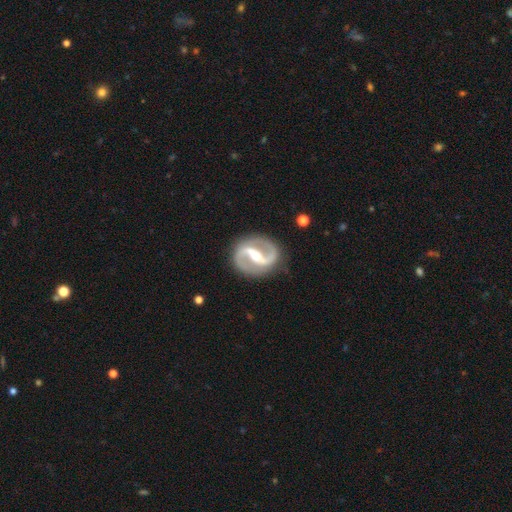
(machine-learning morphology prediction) Q: Smooth or featured?
A: featured or disk (91%); runner-up: smooth (5%)
Q: Edge-on disk?
A: no (97%); runner-up: yes (3%)
Q: Bar?
A: strong (66%); runner-up: weak (25%)
Q: Spiral arms?
A: yes (95%); runner-up: no (5%)
Q: Spiral winding?
A: medium (52%); runner-up: loose (25%)
Q: Spiral arm count?
A: 2 (94%); runner-up: can't tell (2%)
Q: Bulge size?
A: moderate (59%); runner-up: small (33%)
Q: Merging?
A: none (86%); runner-up: minor disturbance (9%)